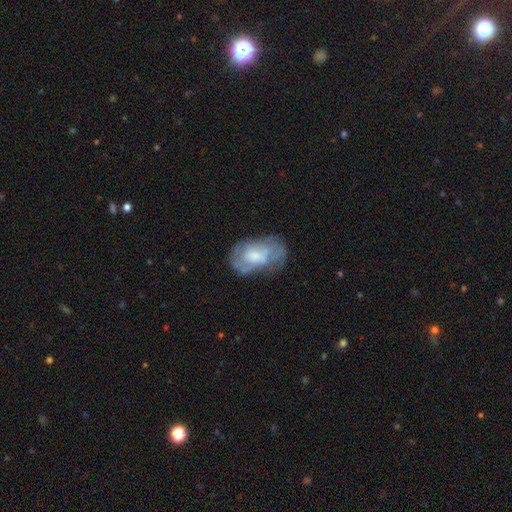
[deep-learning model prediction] smooth-or-featured: featured or disk: 53% | smooth: 38% | star or artifact: 8%
  disk-edge-on: no: 96% | yes: 4%
    bar: no: 69% | weak: 26% | strong: 5%
    has-spiral-arms: no: 52% | yes: 48%
    bulge-size: moderate: 42% | small: 32% | none: 13% | large: 12% | dominant: 2%
  merging: none: 44% | minor disturbance: 29% | major disturbance: 23% | merger: 5%